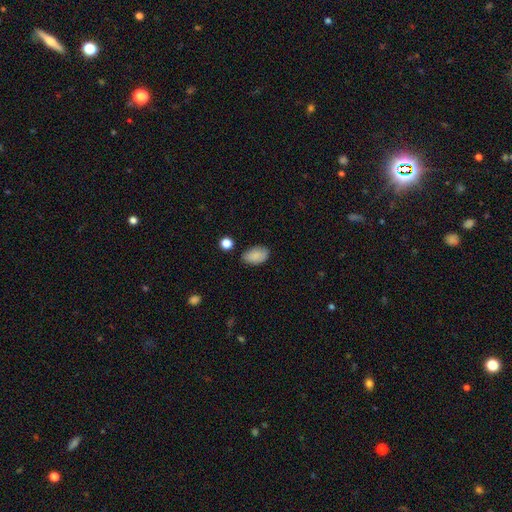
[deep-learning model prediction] Overall: smooth (87%). How rounded: in between (91%). Merging: none (77%).